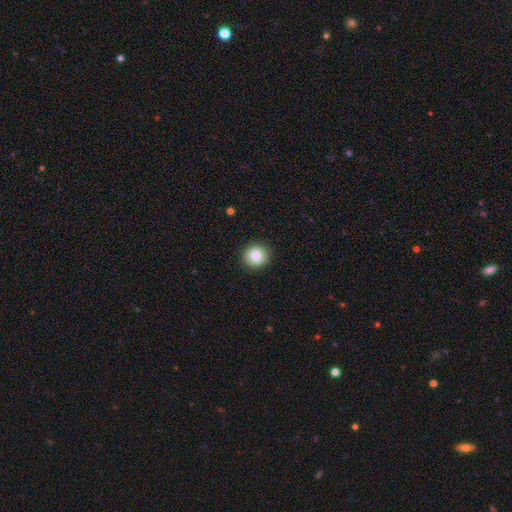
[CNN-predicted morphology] Overall: smooth (82%). How rounded: round (92%). Merging: none (92%).